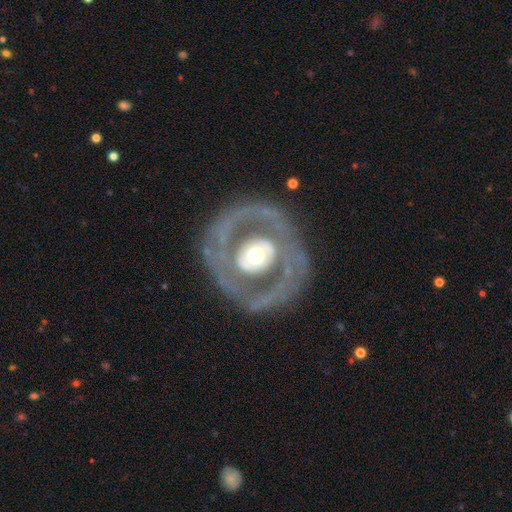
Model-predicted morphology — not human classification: Q: Smooth or featured?
A: featured or disk (74%); runner-up: smooth (21%)
Q: Edge-on disk?
A: no (95%); runner-up: yes (5%)
Q: Bar?
A: no (70%); runner-up: weak (18%)
Q: Spiral arms?
A: no (61%); runner-up: yes (39%)
Q: Bulge size?
A: moderate (64%); runner-up: large (23%)
Q: Merging?
A: none (74%); runner-up: major disturbance (12%)